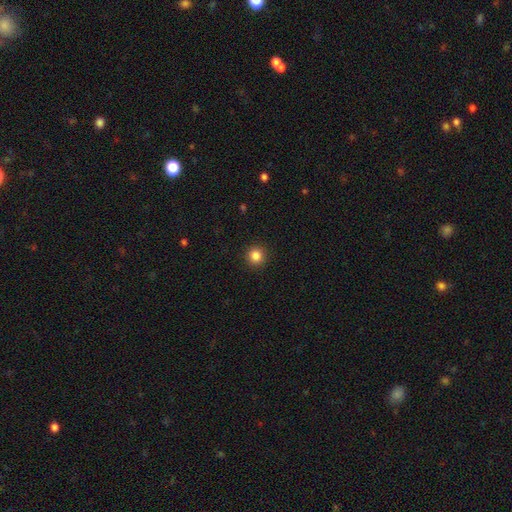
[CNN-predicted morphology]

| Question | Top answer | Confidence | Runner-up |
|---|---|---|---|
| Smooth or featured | smooth | 85% | star or artifact (11%) |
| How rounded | round | 93% | in between (6%) |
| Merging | none | 92% | minor disturbance (5%) |